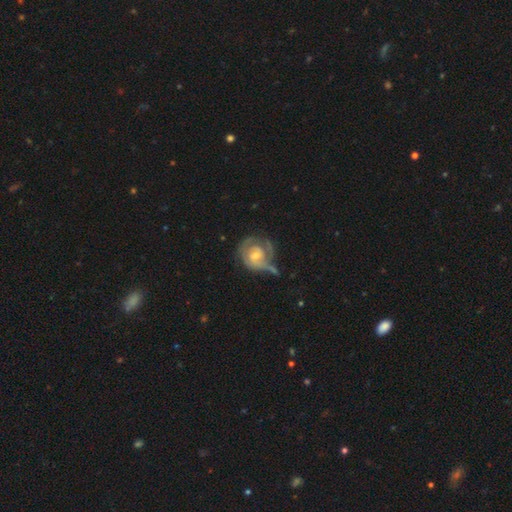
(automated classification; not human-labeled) Smooth or featured: featured or disk — 72% (smooth — 22%)
Edge-on disk: no — 97% (yes — 3%)
Bar: no — 62% (weak — 32%)
Spiral arms: yes — 81% (no — 19%)
Spiral winding: tight — 57% (medium — 30%)
Spiral arm count: 2 — 37% (can't tell — 32%)
Bulge size: moderate — 54% (small — 38%)
Merging: none — 38% (major disturbance — 25%)